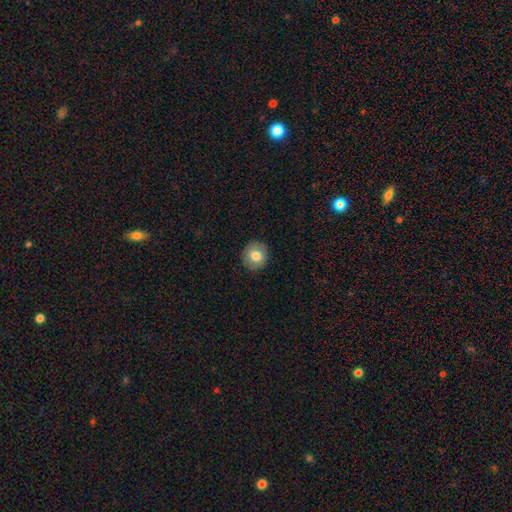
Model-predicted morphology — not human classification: Smooth or featured? smooth (78%)
How rounded? round (89%)
Merging? none (91%)